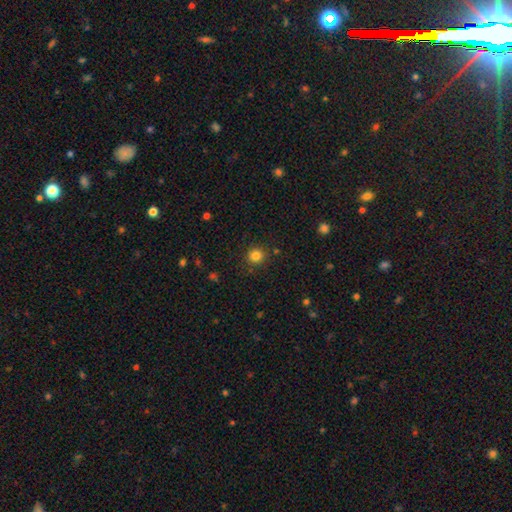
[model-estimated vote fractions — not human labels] Overall: smooth (82%). How rounded: round (92%). Merging: none (88%).